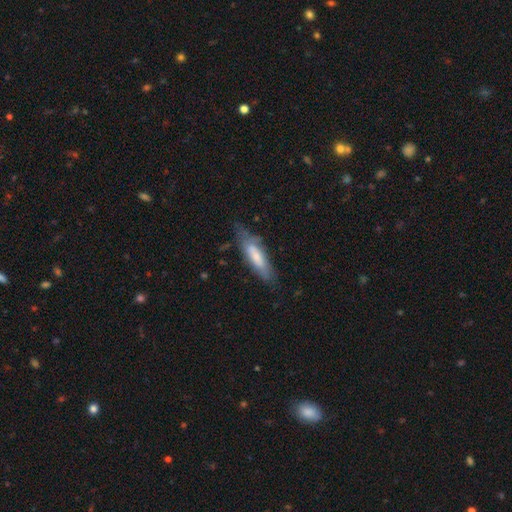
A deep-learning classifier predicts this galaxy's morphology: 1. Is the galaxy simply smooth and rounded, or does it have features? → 55% smooth, 38% featured or disk, 7% star or artifact.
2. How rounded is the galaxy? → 61% cigar-shaped, 37% in between, 1% round.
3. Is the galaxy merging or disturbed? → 61% none, 27% minor disturbance, 10% major disturbance, 2% merger.